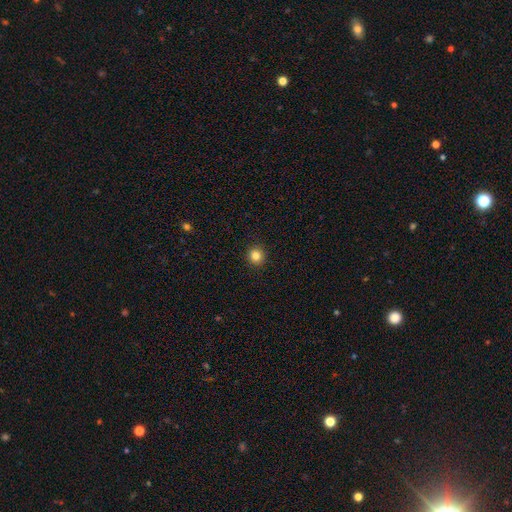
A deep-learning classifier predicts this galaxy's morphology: smooth-or-featured: smooth: 84% | star or artifact: 12% | featured or disk: 4%
  how-rounded: round: 93% | in between: 6% | cigar-shaped: 1%
  merging: none: 93% | minor disturbance: 5% | major disturbance: 2% | merger: 1%